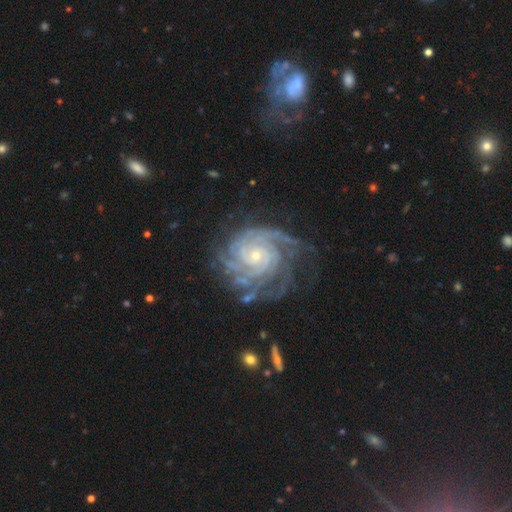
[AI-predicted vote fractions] This is clearly a featured or disk galaxy (92%). It is clearly not viewed edge-on (98%). Bar: likely no (71%). Spiral arm pattern: clearly yes (98%). Spiral arm count: marginally 4 (29%). Spiral winding: likely tight (80%). Central bulge: likely small (73%). Merging: likely none (67%).